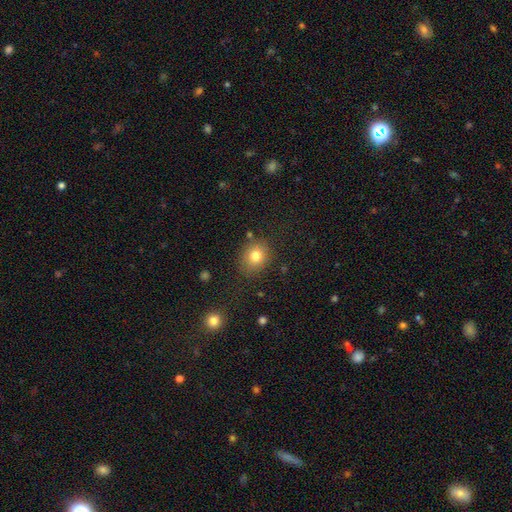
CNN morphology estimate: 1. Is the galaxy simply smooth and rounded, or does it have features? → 79% smooth, 12% star or artifact, 10% featured or disk.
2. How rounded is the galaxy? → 66% round, 33% in between, 1% cigar-shaped.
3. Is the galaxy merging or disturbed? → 81% none, 12% minor disturbance, 4% major disturbance, 3% merger.